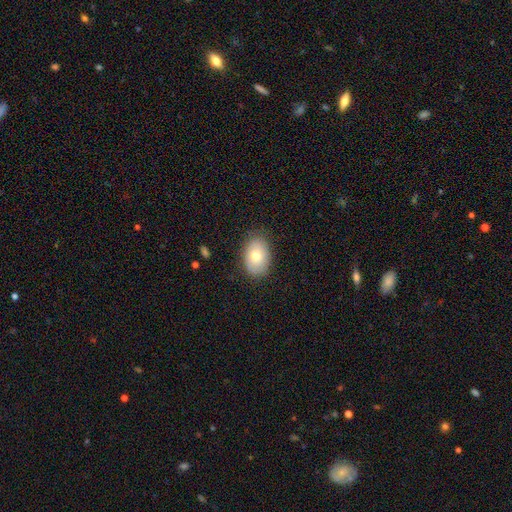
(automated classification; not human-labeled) Smooth or featured?
  - smooth: 73% *
  - featured or disk: 20%
  - star or artifact: 8%
How rounded?
  - in between: 81% *
  - round: 18%
  - cigar-shaped: 1%
Merging?
  - none: 84% *
  - minor disturbance: 12%
  - major disturbance: 3%
  - merger: 1%